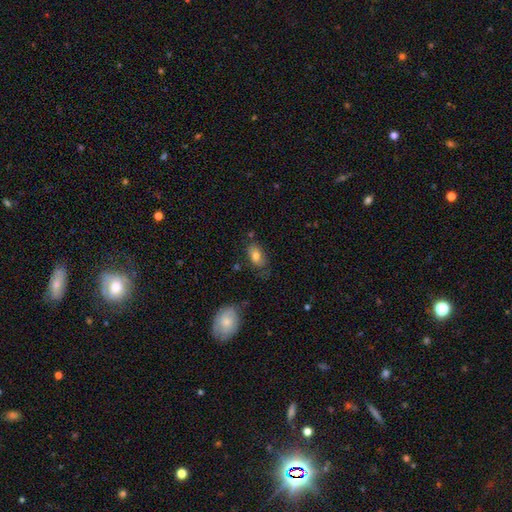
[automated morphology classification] The model was most divided on "merging": none: 65%, minor disturbance: 24%, major disturbance: 7%, merger: 4%. More confident: how rounded — in between (89%); smooth or featured — smooth (78%).